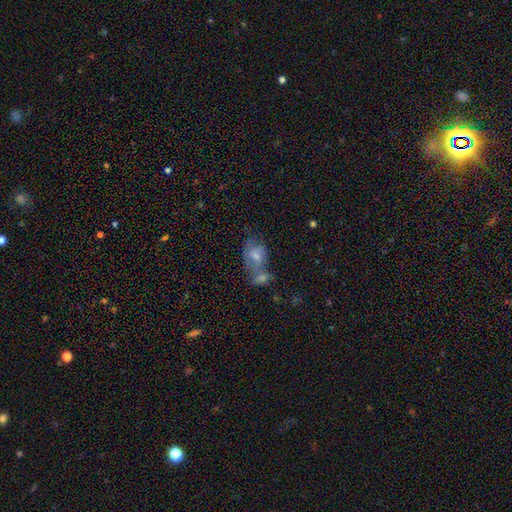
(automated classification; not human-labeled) Smooth or featured: smooth — 50% (featured or disk — 34%)
Merging: merger — 45% (none — 33%)